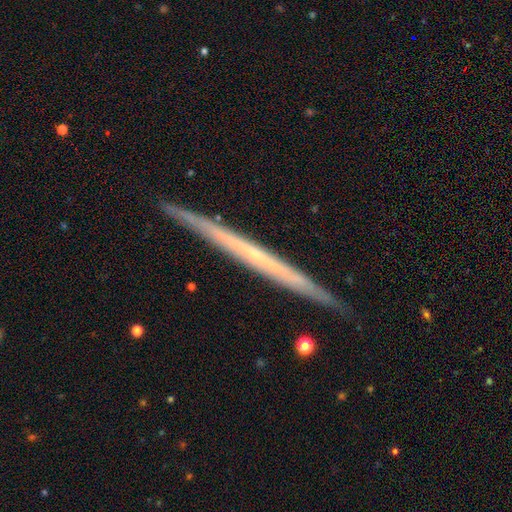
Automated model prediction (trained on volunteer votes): featured or disk 71%, smooth 23%, star or artifact 6%. Down the decision tree: edge-on disk — yes (97%); edge-on bulge — none (83%); merging — none (90%).